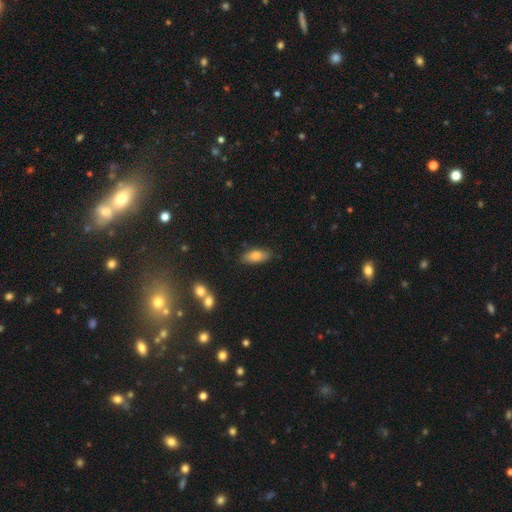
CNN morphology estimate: type=smooth (76%); roundness=in between (80%); merging=none (82%).